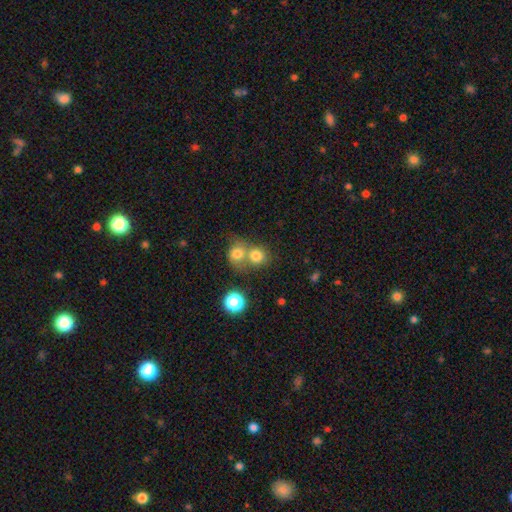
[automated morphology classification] smooth_or_featured: smooth (p=0.77) [alt: star or artifact p=0.13]
how_rounded: round (p=0.80) [alt: in between p=0.19]
merging: merger (p=0.50) [alt: none p=0.40]